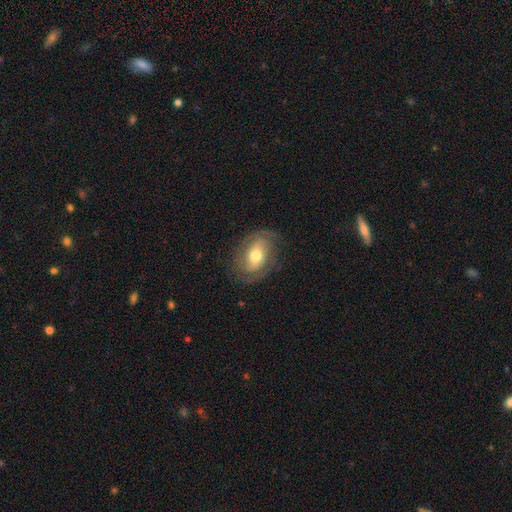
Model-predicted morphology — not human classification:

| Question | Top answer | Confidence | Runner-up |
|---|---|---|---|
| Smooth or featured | featured or disk | 55% | smooth (38%) |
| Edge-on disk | no | 92% | yes (8%) |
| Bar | no | 50% | weak (31%) |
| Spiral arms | yes | 73% | no (27%) |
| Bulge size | moderate | 69% | small (18%) |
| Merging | none | 75% | minor disturbance (16%) |